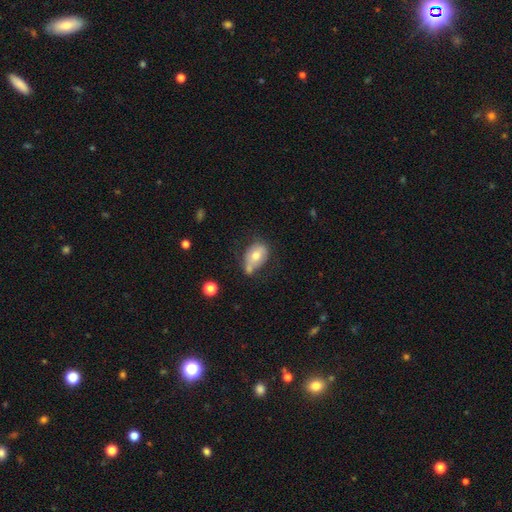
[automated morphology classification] This appears to be a smooth galaxy with no disk features (66%) that is in between round and cigar-shaped (77%). Merging: none (40%).